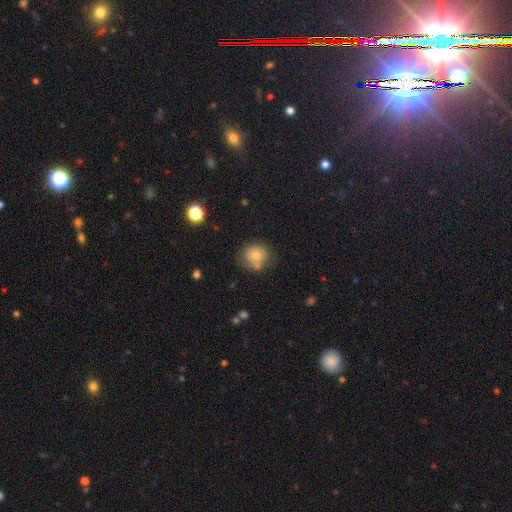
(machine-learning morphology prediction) The model was most divided on "merging": none: 60%, minor disturbance: 23%, merger: 10%, major disturbance: 7%. More confident: how rounded — round (85%); smooth or featured — smooth (69%).